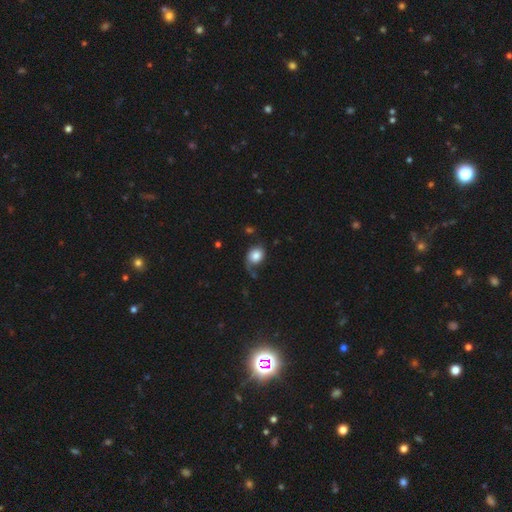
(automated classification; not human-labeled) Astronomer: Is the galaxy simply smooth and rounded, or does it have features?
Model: smooth — 75%.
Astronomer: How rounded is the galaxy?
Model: in between — 50% (runner-up: round, 49%).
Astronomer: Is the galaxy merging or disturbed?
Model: none — 51%.